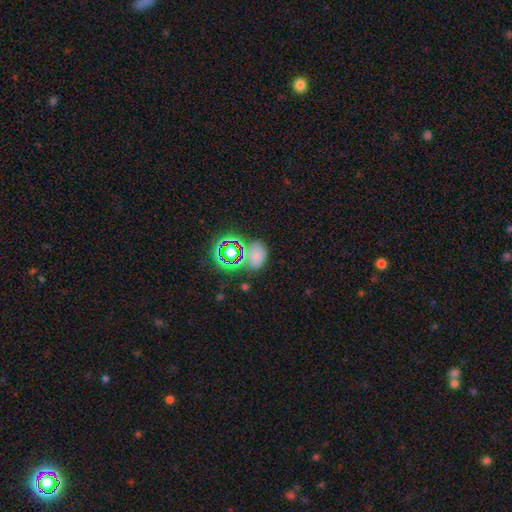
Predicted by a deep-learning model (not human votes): smooth-or-featured: smooth: 59% | star or artifact: 32% | featured or disk: 9%
  how-rounded: in between: 52% | round: 47% | cigar-shaped: 1%
  merging: none: 63% | minor disturbance: 18% | merger: 11% | major disturbance: 8%